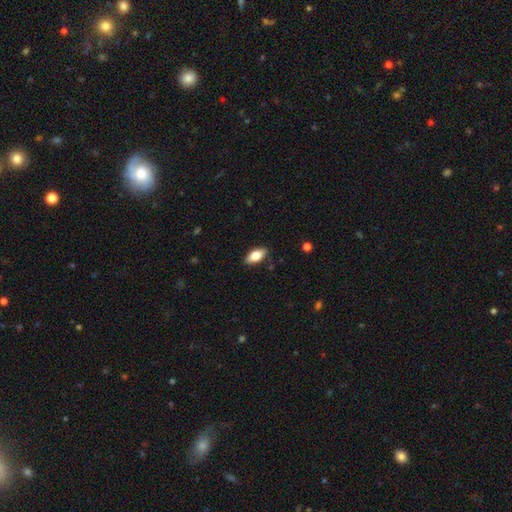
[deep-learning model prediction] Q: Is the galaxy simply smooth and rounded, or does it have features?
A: smooth — 71%.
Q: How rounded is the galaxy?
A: in between — 85%.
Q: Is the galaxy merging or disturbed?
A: none — 87%.